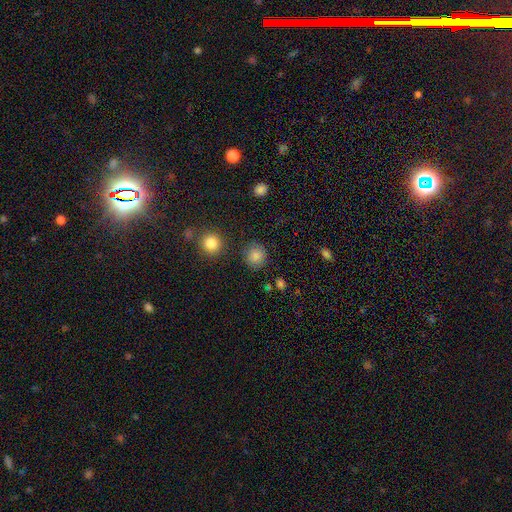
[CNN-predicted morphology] Overall: smooth (85%). How rounded: round (88%). Merging: none (86%).